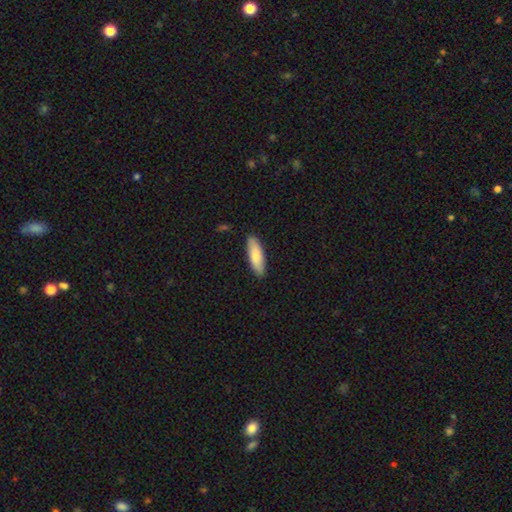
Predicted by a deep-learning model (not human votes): smooth_or_featured: smooth (p=0.80) [alt: featured or disk p=0.15]
how_rounded: in between (p=0.53) [alt: cigar-shaped p=0.46]
merging: none (p=0.88) [alt: minor disturbance p=0.09]